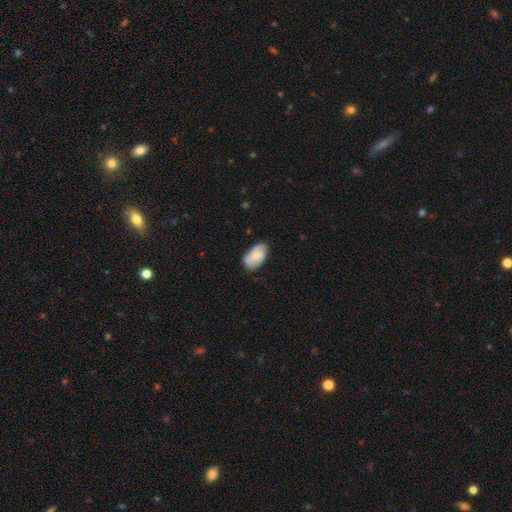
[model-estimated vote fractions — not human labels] Smooth or featured? Predicted: smooth (p=0.58). How rounded? Predicted: in between (p=0.93). Merging? Predicted: none (p=0.68).